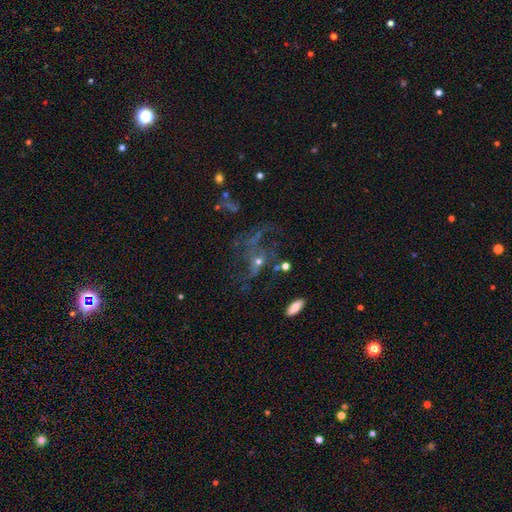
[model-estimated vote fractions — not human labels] This appears to be a featured or disk galaxy (42%). Merging: none (45%).